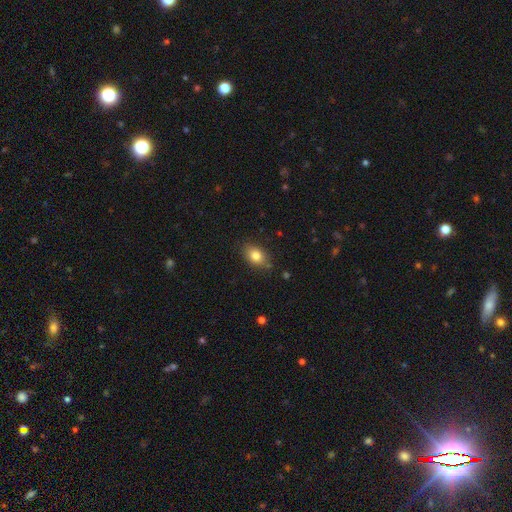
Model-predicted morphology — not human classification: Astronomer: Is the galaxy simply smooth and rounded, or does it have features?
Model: smooth — 82%.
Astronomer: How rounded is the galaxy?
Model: in between — 77%.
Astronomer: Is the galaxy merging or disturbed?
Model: none — 82%.